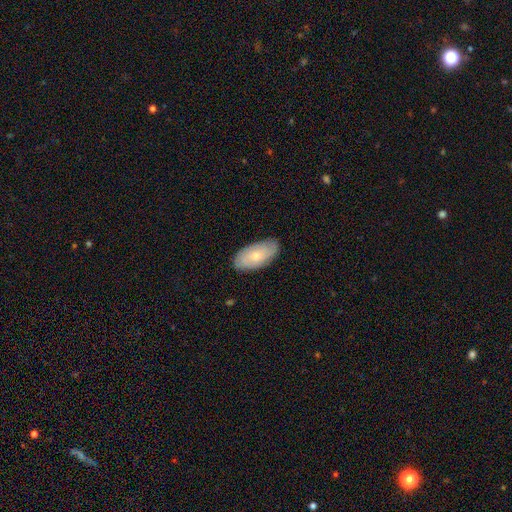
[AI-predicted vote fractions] This appears to be a smooth galaxy with no disk features (57%) that is in between round and cigar-shaped (93%). Merging: none (83%).